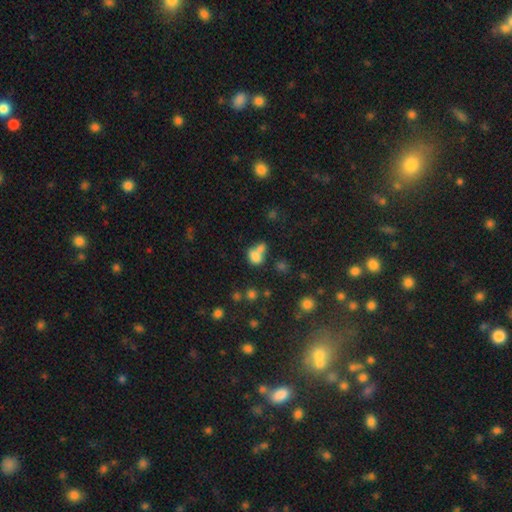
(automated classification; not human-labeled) smooth-or-featured: smooth: 73% | star or artifact: 14% | featured or disk: 13%
  how-rounded: in between: 65% | round: 32% | cigar-shaped: 2%
  merging: merger: 58% | none: 26% | minor disturbance: 10% | major disturbance: 6%